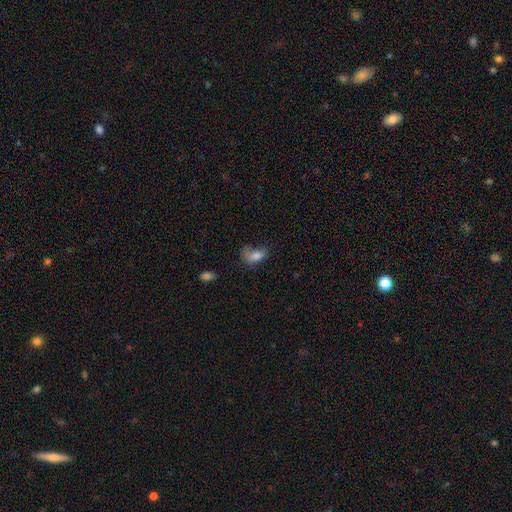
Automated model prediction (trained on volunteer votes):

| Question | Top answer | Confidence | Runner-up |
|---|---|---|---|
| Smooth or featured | smooth | 78% | featured or disk (12%) |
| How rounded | in between | 85% | round (12%) |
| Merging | minor disturbance | 33% | tied: none (33%) |